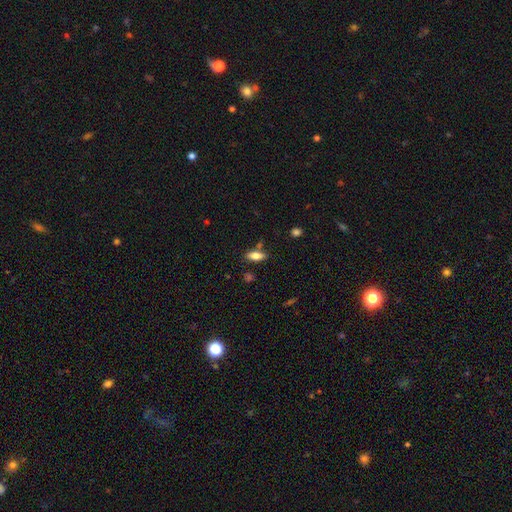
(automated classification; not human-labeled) Smooth or featured?
  - smooth: 79% *
  - featured or disk: 13%
  - star or artifact: 8%
How rounded?
  - in between: 79% *
  - cigar-shaped: 18%
  - round: 3%
Merging?
  - none: 76% *
  - minor disturbance: 14%
  - merger: 7%
  - major disturbance: 3%